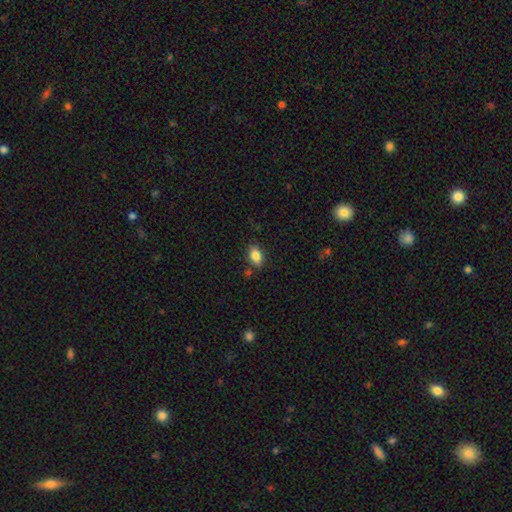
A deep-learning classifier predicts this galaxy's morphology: Overall: smooth (85%). How rounded: in between (87%). Merging: none (81%).